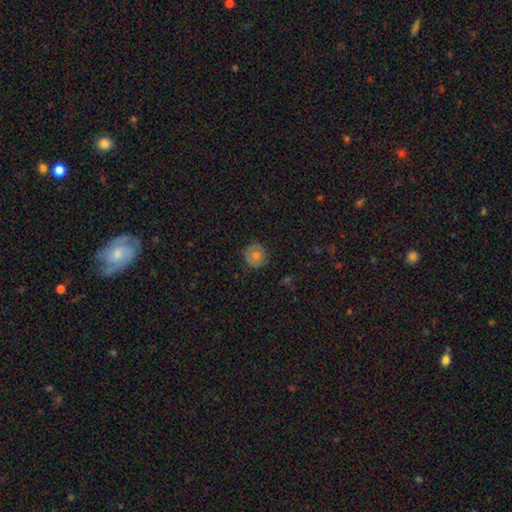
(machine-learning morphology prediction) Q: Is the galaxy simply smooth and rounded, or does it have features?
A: smooth — 71%.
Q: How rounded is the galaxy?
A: round — 93%.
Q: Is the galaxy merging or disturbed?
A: none — 86%.